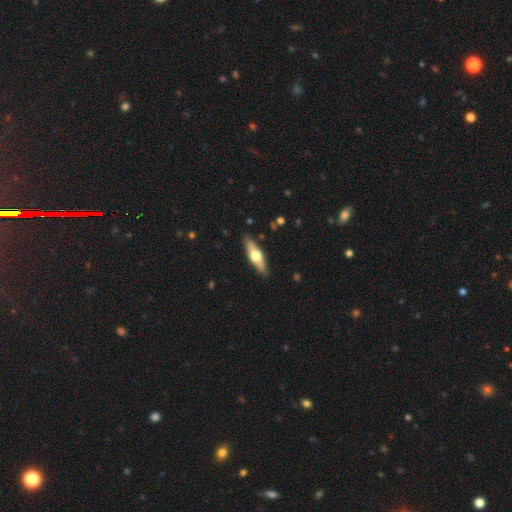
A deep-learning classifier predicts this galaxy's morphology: This appears to be a featured or disk galaxy (53%) viewed edge-on (91%). Merging: none (87%).